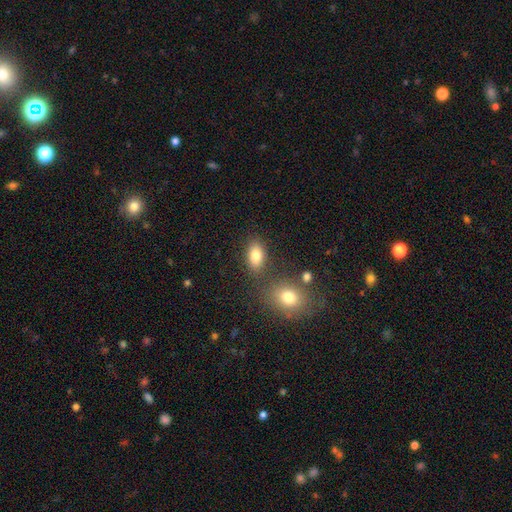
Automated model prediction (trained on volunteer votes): smooth_or_featured: smooth (p=0.82) [alt: star or artifact p=0.09]
how_rounded: in between (p=0.88) [alt: round p=0.10]
merging: none (p=0.75) [alt: minor disturbance p=0.11]